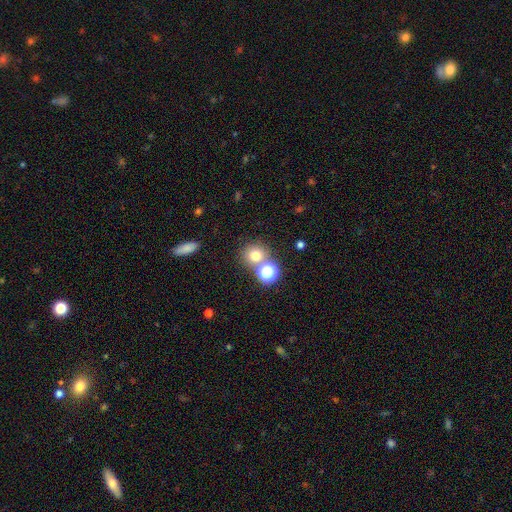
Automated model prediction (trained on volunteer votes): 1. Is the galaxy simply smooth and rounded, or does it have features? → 71% smooth, 20% star or artifact, 9% featured or disk.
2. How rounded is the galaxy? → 85% round, 14% in between, 1% cigar-shaped.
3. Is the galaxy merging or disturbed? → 65% none, 23% merger, 8% minor disturbance, 4% major disturbance.